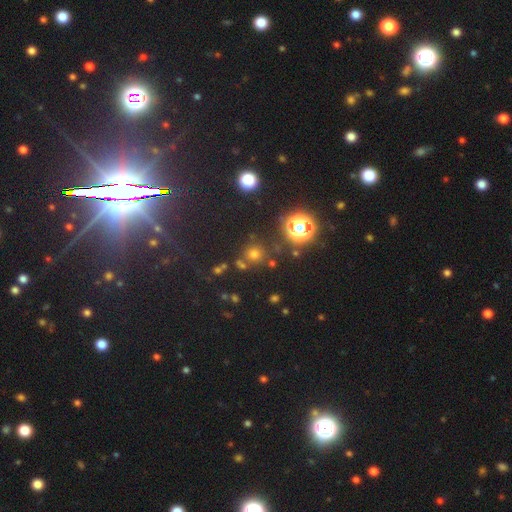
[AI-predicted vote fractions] Q: Smooth or featured?
A: smooth (48%); runner-up: star or artifact (43%)
Q: Merging?
A: none (80%); runner-up: merger (9%)